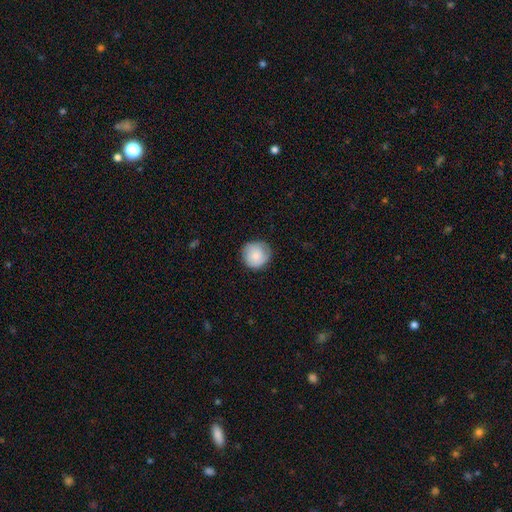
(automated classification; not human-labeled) smooth 76%, featured or disk 17%, star or artifact 7%. Down the decision tree: how rounded — round (93%); merging — none (80%).